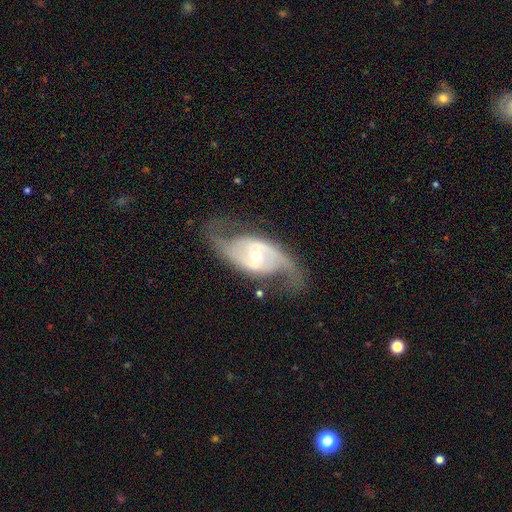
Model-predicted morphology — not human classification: featured or disk 88%, smooth 7%, star or artifact 5%. Down the decision tree: edge-on disk — no (95%); bar — no (45%); spiral arms — yes (94%); spiral arm count — 2 (92%); spiral winding — loose (46%); bulge size — moderate (58%); merging — none (72%).